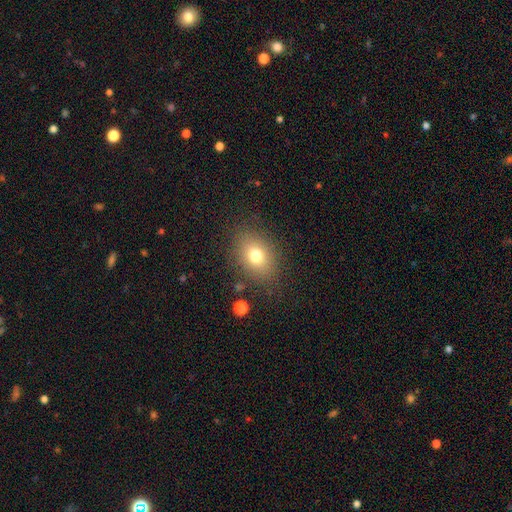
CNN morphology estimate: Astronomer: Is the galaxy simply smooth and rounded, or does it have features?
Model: smooth — 74%.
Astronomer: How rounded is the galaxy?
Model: in between — 64%.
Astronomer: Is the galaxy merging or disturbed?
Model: none — 83%.